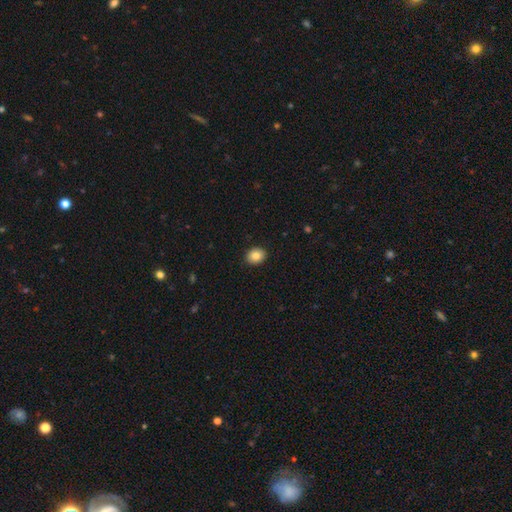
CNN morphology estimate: A smooth galaxy with no disk features (84%) that is round (54%).

Vote fractions:
- Smooth or featured? smooth: 84% / star or artifact: 9% / featured or disk: 7%
- How rounded? round: 54% / in between: 45% / cigar-shaped: 1%
- Merging? none: 91% / minor disturbance: 6% / major disturbance: 2% / merger: 1%